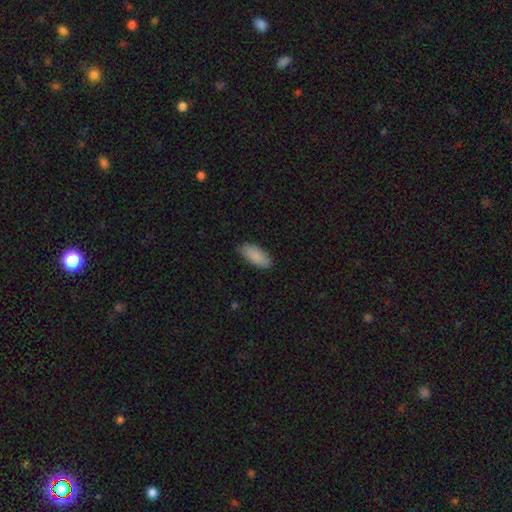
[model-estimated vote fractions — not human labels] Overall: smooth (89%). How rounded: in between (86%). Merging: none (87%).